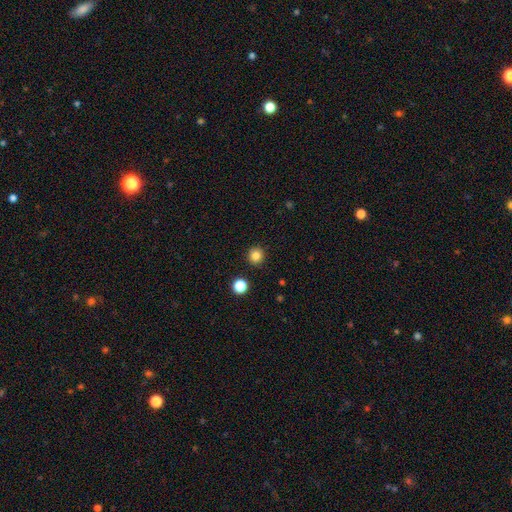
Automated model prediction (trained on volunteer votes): smooth 84%, star or artifact 12%, featured or disk 4%. Down the decision tree: how rounded — round (94%); merging — none (92%).